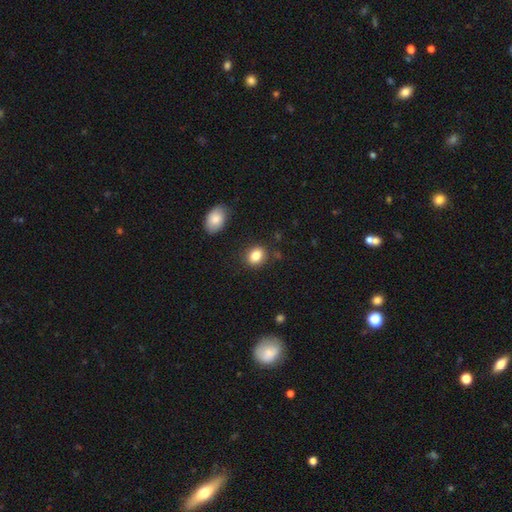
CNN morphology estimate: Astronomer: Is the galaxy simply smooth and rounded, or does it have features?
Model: smooth — 84%.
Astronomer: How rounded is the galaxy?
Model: in between — 54% (runner-up: round, 45%).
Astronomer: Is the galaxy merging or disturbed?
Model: none — 84%.